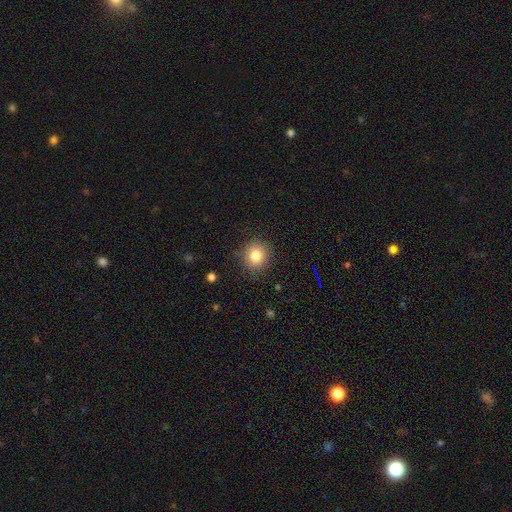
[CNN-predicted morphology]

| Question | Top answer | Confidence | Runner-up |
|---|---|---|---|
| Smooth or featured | smooth | 82% | star or artifact (11%) |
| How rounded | round | 86% | in between (13%) |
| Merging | none | 85% | minor disturbance (11%) |